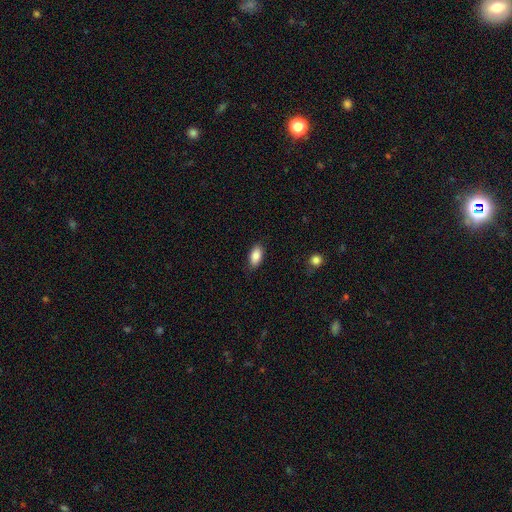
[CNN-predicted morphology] This is clearly a smooth galaxy (87%). How rounded: clearly in between (92%). Merging: clearly none (85%).